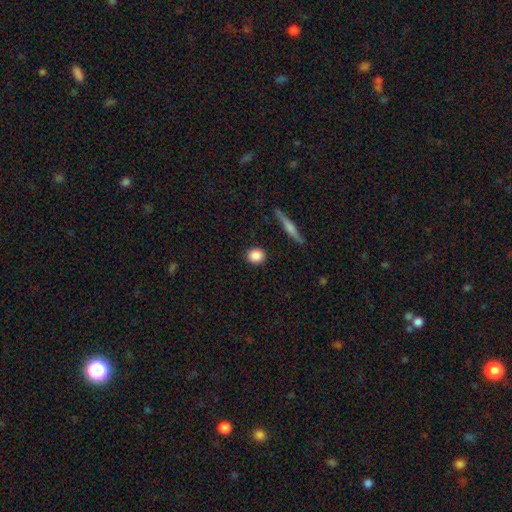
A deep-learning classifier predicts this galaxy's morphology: smooth 87%, star or artifact 8%, featured or disk 5%. Down the decision tree: how rounded — round (73%); merging — none (88%).